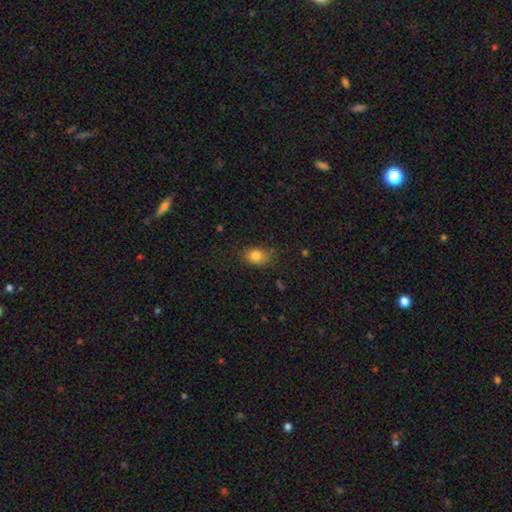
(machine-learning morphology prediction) Smooth or featured? smooth (82%)
How rounded? in between (72%)
Merging? none (74%)